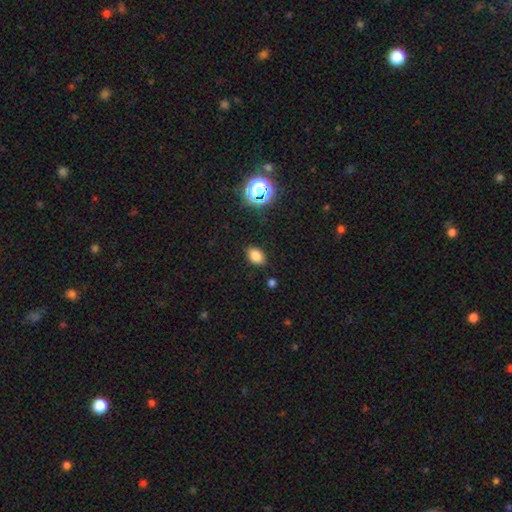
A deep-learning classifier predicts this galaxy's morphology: smooth 80%, star or artifact 14%, featured or disk 6%. Down the decision tree: how rounded — in between (82%); merging — none (86%).